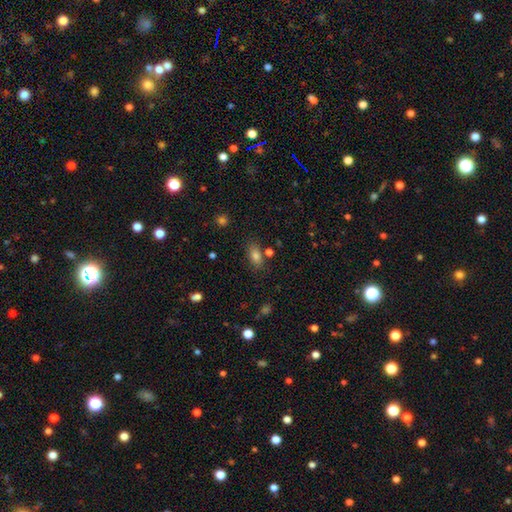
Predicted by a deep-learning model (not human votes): Smooth or featured: smooth — 78% (star or artifact — 13%)
How rounded: in between — 84% (round — 10%)
Merging: none — 76% (minor disturbance — 13%)